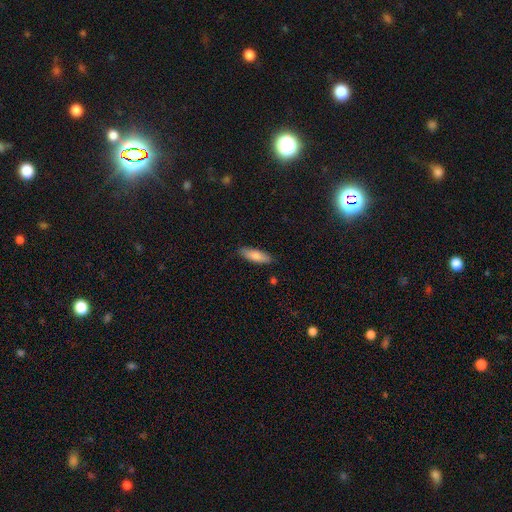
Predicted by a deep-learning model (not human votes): A smooth galaxy with no disk features (84%) that is in between round and cigar-shaped (53%). Merging: none (86%).